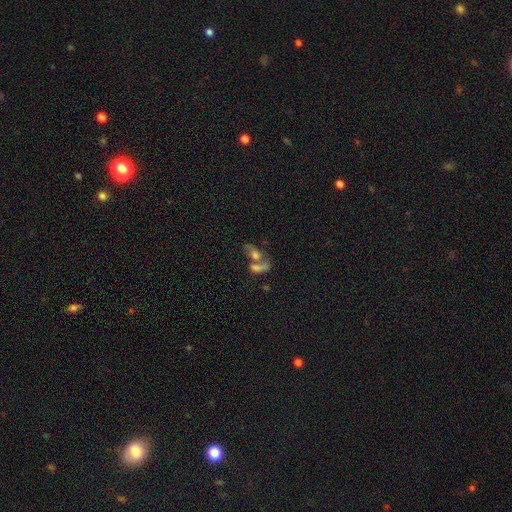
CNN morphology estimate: Smooth or featured? featured or disk (46%)
Merging? merger (57%)